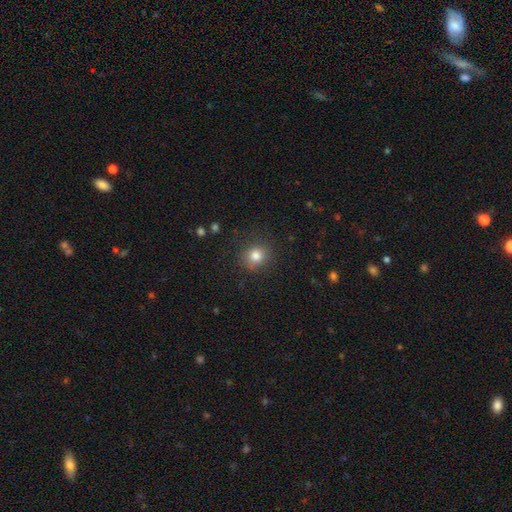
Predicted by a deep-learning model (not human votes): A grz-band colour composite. It shows a smooth galaxy with no disk features (82%) that is round (84%). Merging: none (86%).